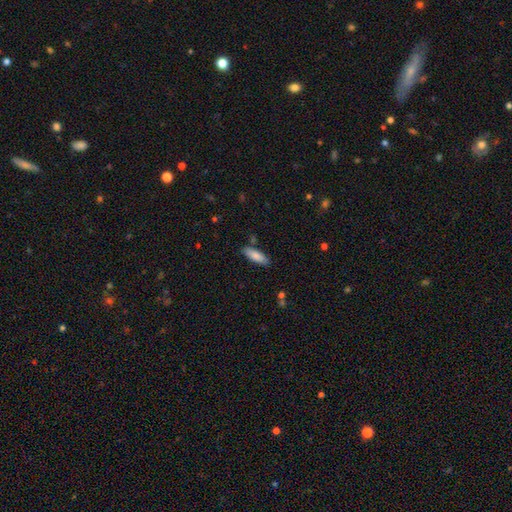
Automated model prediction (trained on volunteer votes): Q: Smooth or featured?
A: smooth (84%); runner-up: featured or disk (10%)
Q: How rounded?
A: in between (57%); runner-up: cigar-shaped (41%)
Q: Merging?
A: none (82%); runner-up: minor disturbance (12%)